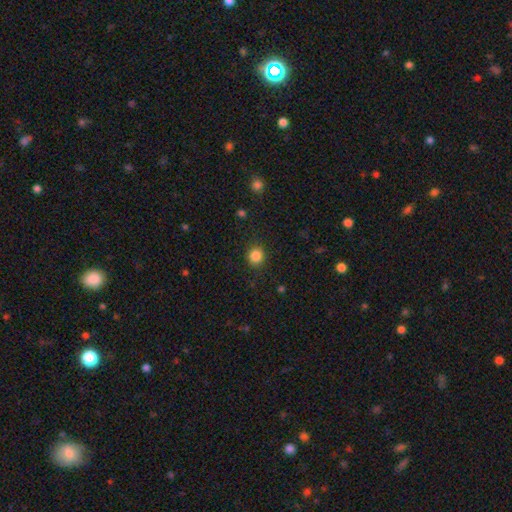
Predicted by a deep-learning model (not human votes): Q: Smooth or featured?
A: smooth (85%); runner-up: star or artifact (11%)
Q: How rounded?
A: round (88%); runner-up: in between (11%)
Q: Merging?
A: none (89%); runner-up: minor disturbance (7%)